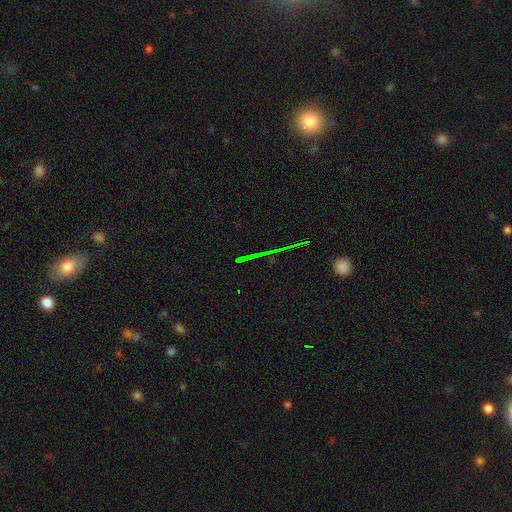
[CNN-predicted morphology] smooth-or-featured: star or artifact: 75% | featured or disk: 15% | smooth: 10%